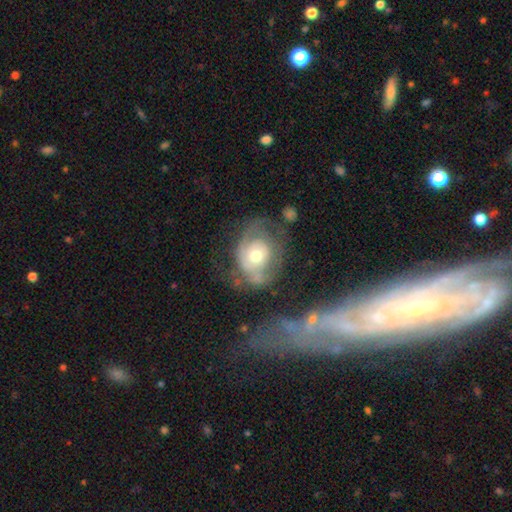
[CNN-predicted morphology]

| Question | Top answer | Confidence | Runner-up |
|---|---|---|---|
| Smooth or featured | featured or disk | 63% | smooth (29%) |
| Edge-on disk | no | 96% | yes (4%) |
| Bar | no | 82% | weak (14%) |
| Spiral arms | yes | 65% | no (35%) |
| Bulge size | moderate | 65% | small (26%) |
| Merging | none | 38% | major disturbance (30%) |